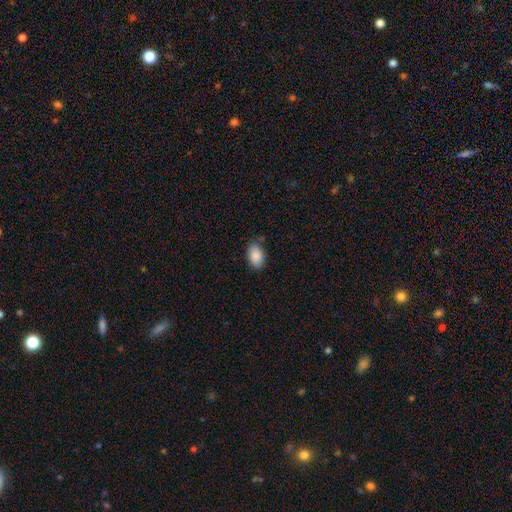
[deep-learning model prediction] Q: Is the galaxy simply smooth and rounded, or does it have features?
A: smooth — 89%.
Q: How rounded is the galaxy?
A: in between — 91%.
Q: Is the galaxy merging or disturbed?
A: none — 79%.